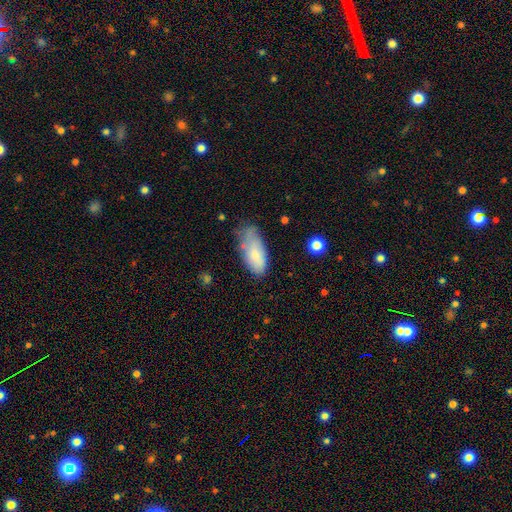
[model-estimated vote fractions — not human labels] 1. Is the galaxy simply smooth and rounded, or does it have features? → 78% smooth, 15% featured or disk, 7% star or artifact.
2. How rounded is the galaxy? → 91% in between, 7% cigar-shaped, 2% round.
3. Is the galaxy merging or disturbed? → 41% none, 39% minor disturbance, 14% major disturbance, 6% merger.